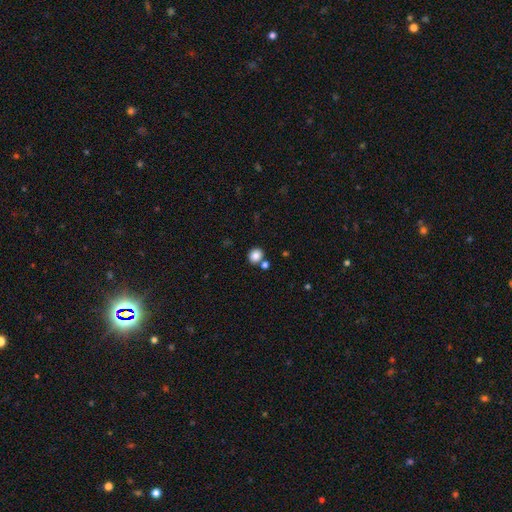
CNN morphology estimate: The model was most divided on "how rounded": round: 75%, in between: 24%, cigar-shaped: 1%. More confident: smooth or featured — smooth (85%); merging — none (72%).